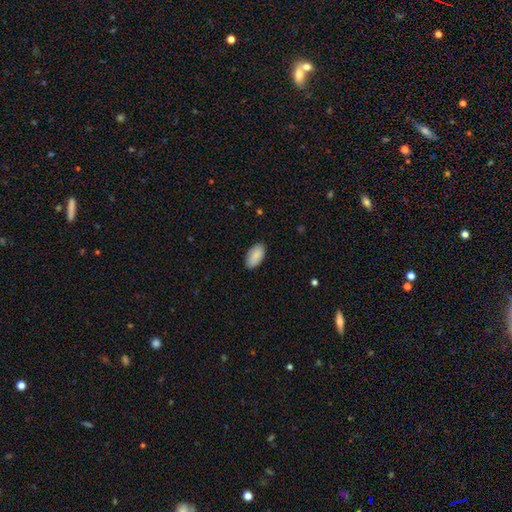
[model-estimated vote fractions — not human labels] This appears to be a smooth galaxy with no disk features (89%) that is in between round and cigar-shaped (95%). Merging: none (86%).